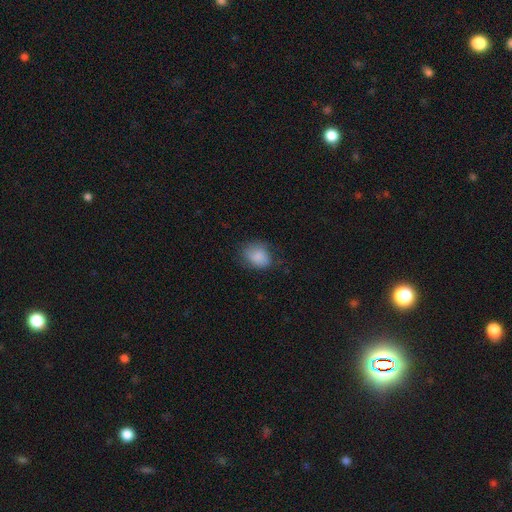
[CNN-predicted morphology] Q: Smooth or featured?
A: smooth (81%); runner-up: featured or disk (11%)
Q: How rounded?
A: in between (62%); runner-up: round (37%)
Q: Merging?
A: none (62%); runner-up: minor disturbance (25%)